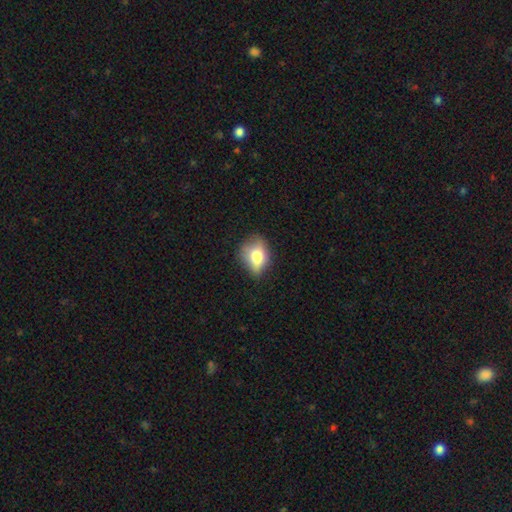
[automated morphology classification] smooth 71%, featured or disk 19%, star or artifact 10%. Down the decision tree: how rounded — in between (59%); merging — none (58%).